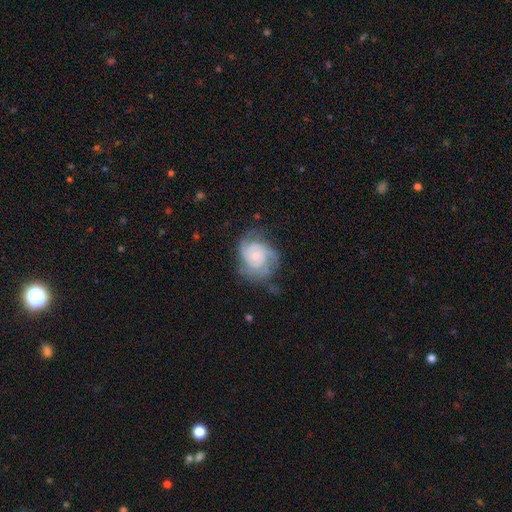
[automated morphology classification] type=featured or disk (72%); edge-on=no (98%); bar=no (73%); spiral arms=yes (91%); winding=tight (53%); arm count=2 (36%); bulge=small (63%); merging=none (55%).